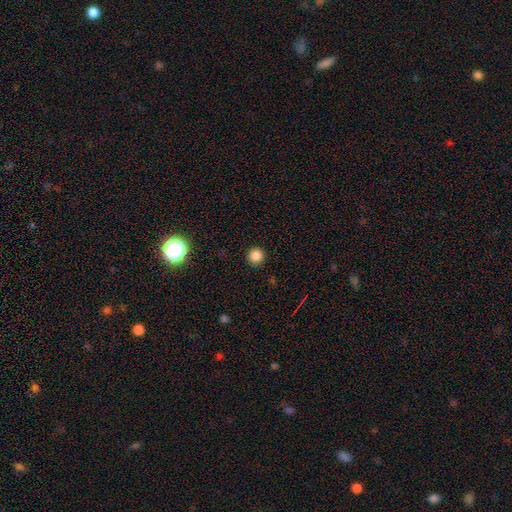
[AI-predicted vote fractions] This appears to be a smooth galaxy with no disk features (84%) that is round (95%). Merging: none (92%).